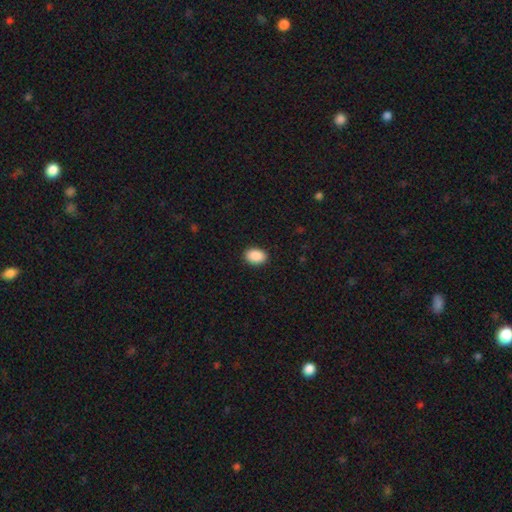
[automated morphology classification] Smooth or featured? smooth (91%)
How rounded? in between (82%)
Merging? none (90%)